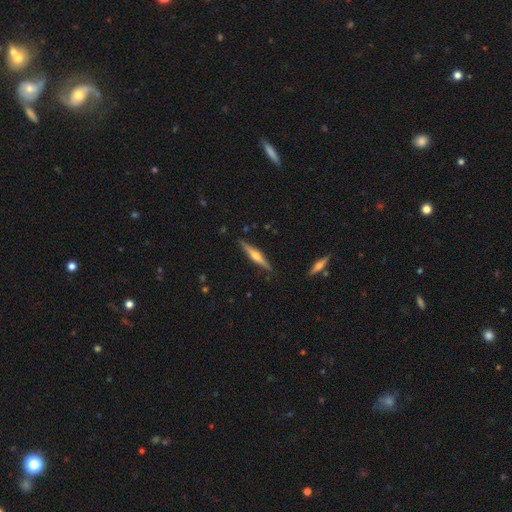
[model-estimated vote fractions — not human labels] smooth_or_featured: featured or disk (p=0.69) [alt: smooth p=0.26]
disk_edge_on: yes (p=0.98) [alt: no p=0.02]
edge_on_bulge: rounded (p=0.89) [alt: boxy p=0.06]
merging: none (p=0.89) [alt: minor disturbance p=0.08]